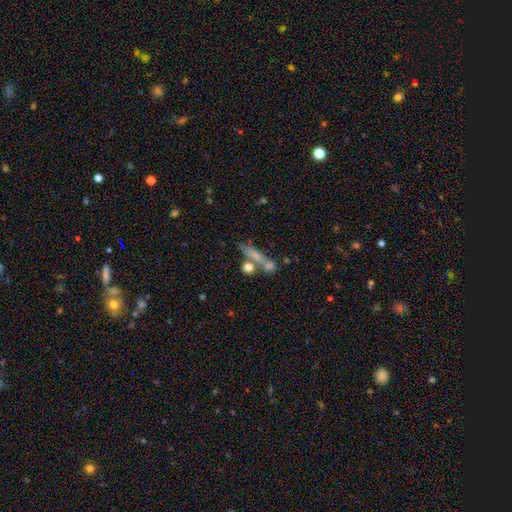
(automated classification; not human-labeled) Smooth or featured? smooth (57%)
How rounded? cigar-shaped (67%)
Merging? none (50%)